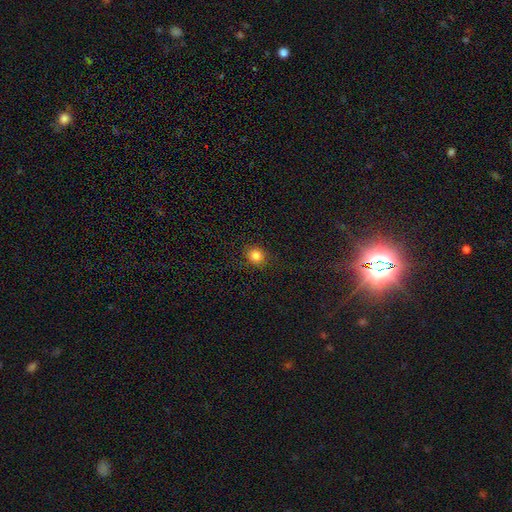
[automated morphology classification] This is clearly a smooth galaxy (82%). How rounded: clearly round (83%). Merging: clearly none (88%).